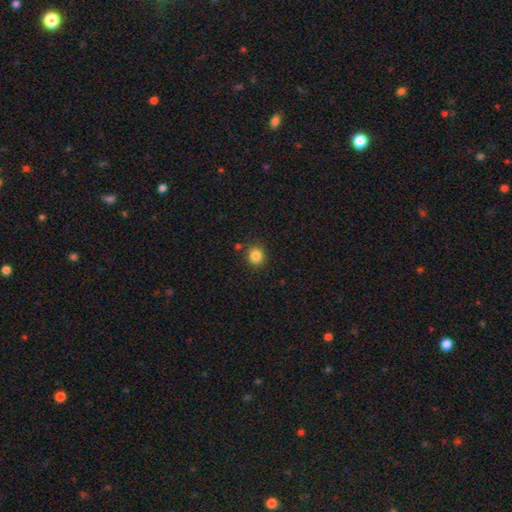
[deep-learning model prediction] Smooth or featured: smooth — 85% (star or artifact — 11%)
How rounded: round — 80% (in between — 19%)
Merging: none — 85% (minor disturbance — 9%)